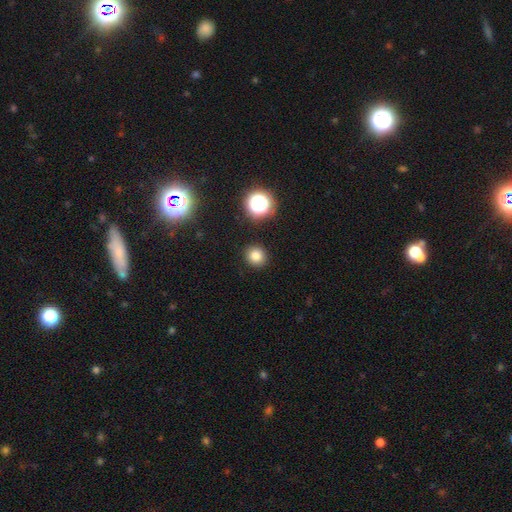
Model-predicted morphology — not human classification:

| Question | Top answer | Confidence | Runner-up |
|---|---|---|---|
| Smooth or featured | smooth | 79% | star or artifact (16%) |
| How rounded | round | 92% | in between (7%) |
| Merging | none | 91% | minor disturbance (5%) |